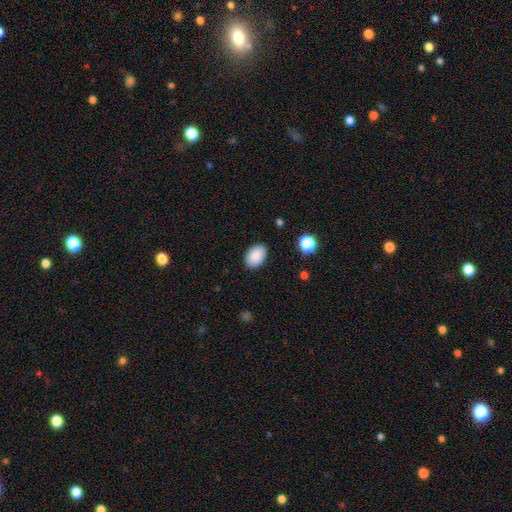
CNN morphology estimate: A smooth galaxy with no disk features (87%) that is in between round and cigar-shaped (85%). Merging: none (87%).